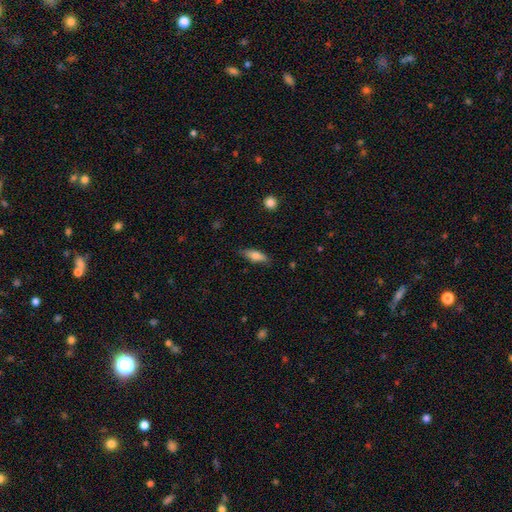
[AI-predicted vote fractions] This is likely a smooth galaxy (73%). How rounded: likely in between (60%). Merging: clearly none (80%).